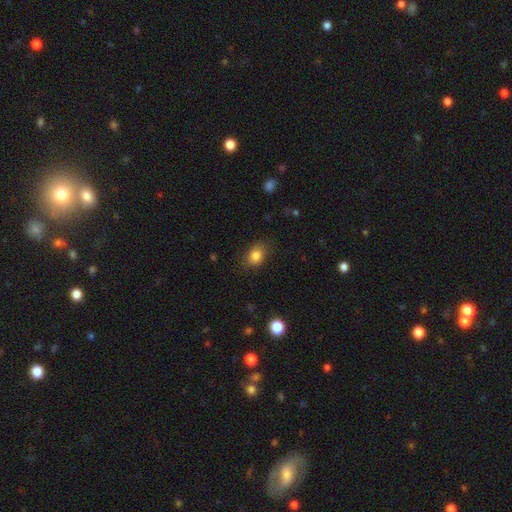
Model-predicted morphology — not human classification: smooth-or-featured: smooth: 83% | star or artifact: 10% | featured or disk: 7%
  how-rounded: in between: 67% | round: 31% | cigar-shaped: 1%
  merging: none: 81% | minor disturbance: 14% | major disturbance: 4% | merger: 1%